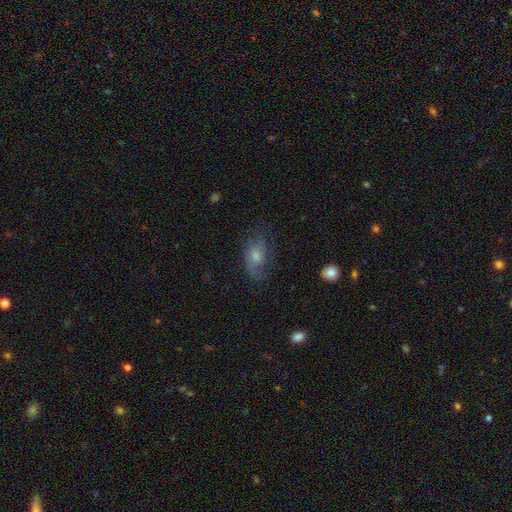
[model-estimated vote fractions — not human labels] Smooth or featured? featured or disk (63%)
Edge-on disk? no (95%)
Bar? no (71%)
Spiral arms? yes (89%)
Spiral winding? medium (43%)
Spiral arm count? 2 (50%)
Bulge size? moderate (52%)
Merging? none (65%)